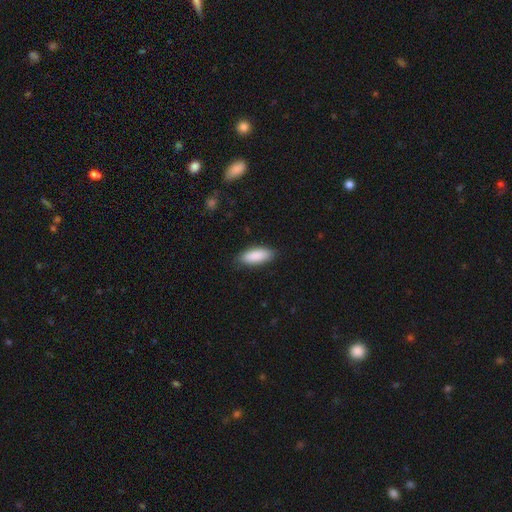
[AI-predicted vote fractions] Q: Smooth or featured?
A: smooth (89%); runner-up: star or artifact (6%)
Q: How rounded?
A: in between (77%); runner-up: cigar-shaped (21%)
Q: Merging?
A: none (86%); runner-up: minor disturbance (11%)